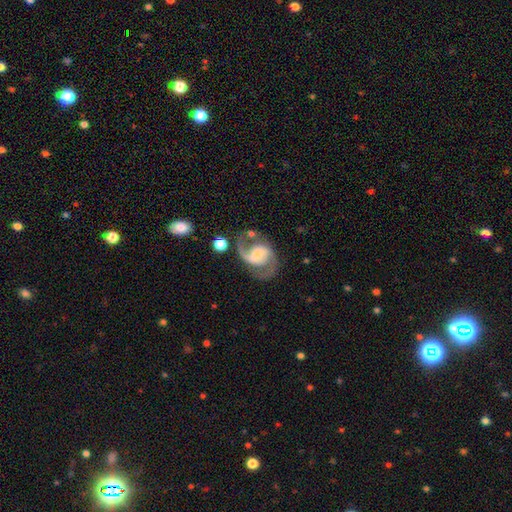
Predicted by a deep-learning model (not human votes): Smooth or featured? Predicted: featured or disk (p=0.86). Edge-on disk? Predicted: no (p=0.98). Bar? Predicted: no (p=0.44). Spiral arms? Predicted: yes (p=0.96). Spiral winding? Predicted: medium (p=0.55). Spiral arm count? Predicted: 2 (p=0.87). Bulge size? Predicted: small (p=0.40). Merging? Predicted: none (p=0.62).